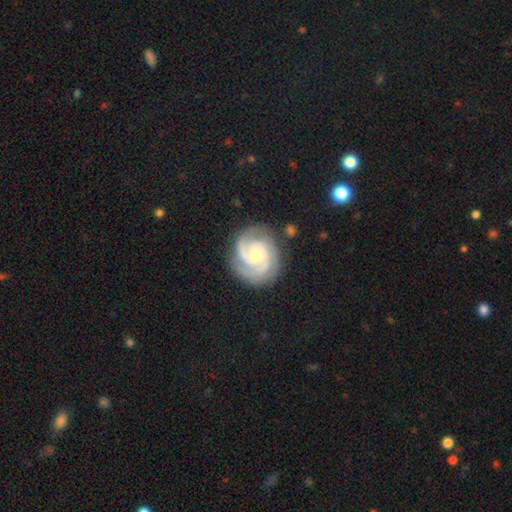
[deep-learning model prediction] The model was most divided on "bulge size": moderate: 49%, small: 47%, large: 2%, none: 1%, dominant: 1%. Remaining: edge-on disk — no (98%); spiral arms — yes (98%); smooth or featured — featured or disk (89%); merging — none (80%); bar — no (68%); spiral winding — tight (58%); spiral arm count — 3 (45%).